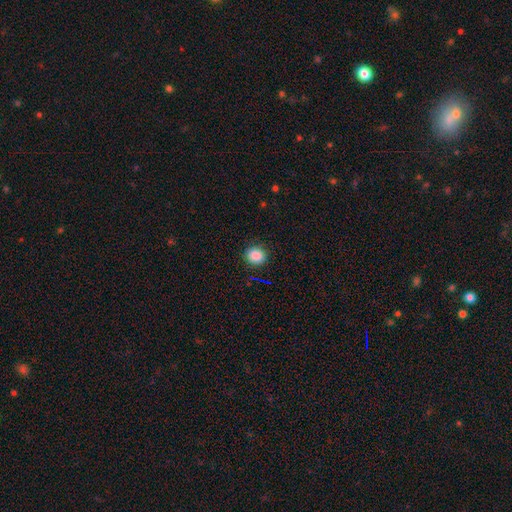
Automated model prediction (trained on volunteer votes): Smooth or featured? Predicted: smooth (p=0.86). How rounded? Predicted: round (p=0.82). Merging? Predicted: none (p=0.88).